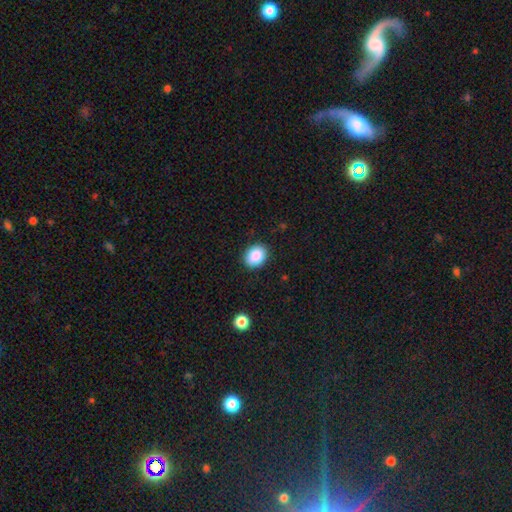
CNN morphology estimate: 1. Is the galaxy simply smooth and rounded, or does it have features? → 88% smooth, 8% star or artifact, 4% featured or disk.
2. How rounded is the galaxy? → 54% in between, 46% round, 1% cigar-shaped.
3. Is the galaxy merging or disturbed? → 89% none, 8% minor disturbance, 2% major disturbance, 1% merger.